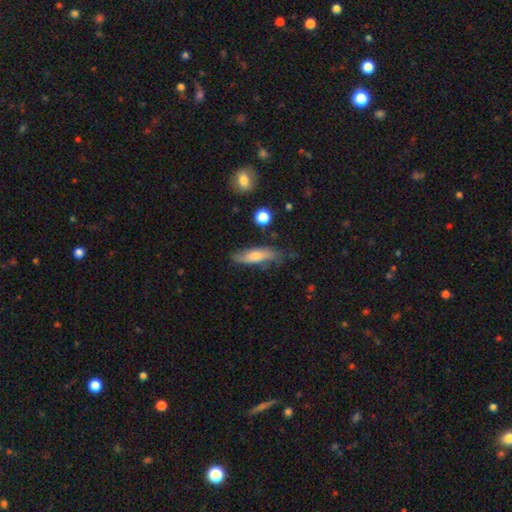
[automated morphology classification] This is possibly a smooth galaxy (55%). How rounded: likely cigar-shaped (60%). Merging: likely none (66%).